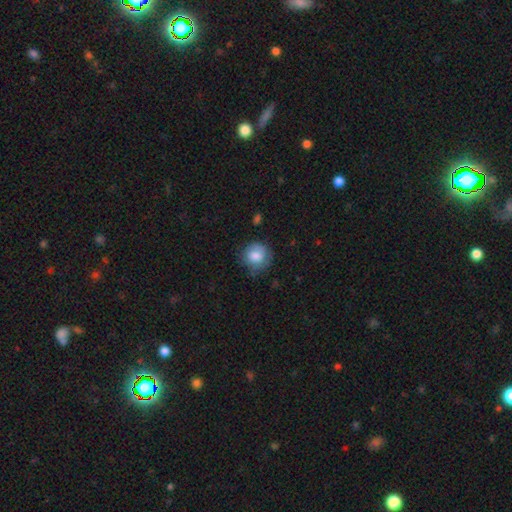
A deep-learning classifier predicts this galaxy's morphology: Smooth or featured?
  - smooth: 79% *
  - featured or disk: 13%
  - star or artifact: 8%
How rounded?
  - round: 87% *
  - in between: 13%
  - cigar-shaped: 1%
Merging?
  - none: 67% *
  - minor disturbance: 24%
  - major disturbance: 7%
  - merger: 2%